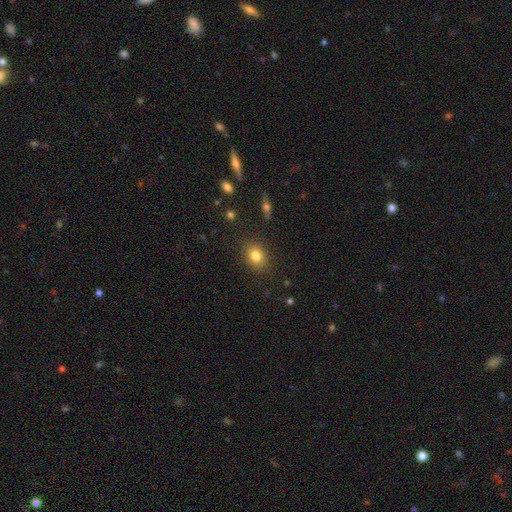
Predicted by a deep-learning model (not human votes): Smooth or featured: smooth — 81% (star or artifact — 11%)
How rounded: round — 51% (in between — 48%)
Merging: none — 86% (minor disturbance — 9%)